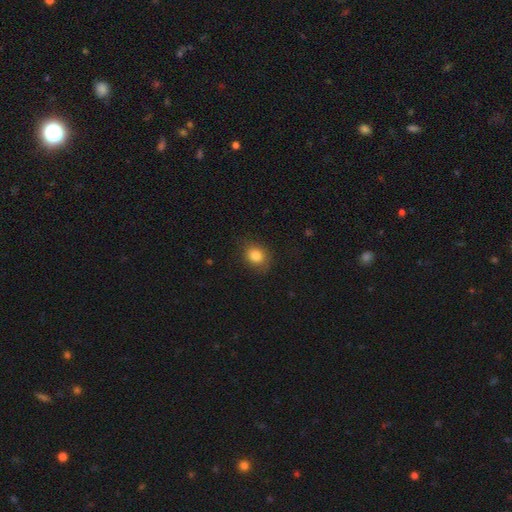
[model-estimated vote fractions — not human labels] Smooth or featured: smooth — 83% (star or artifact — 10%)
How rounded: round — 50% (in between — 49%)
Merging: none — 81% (minor disturbance — 14%)